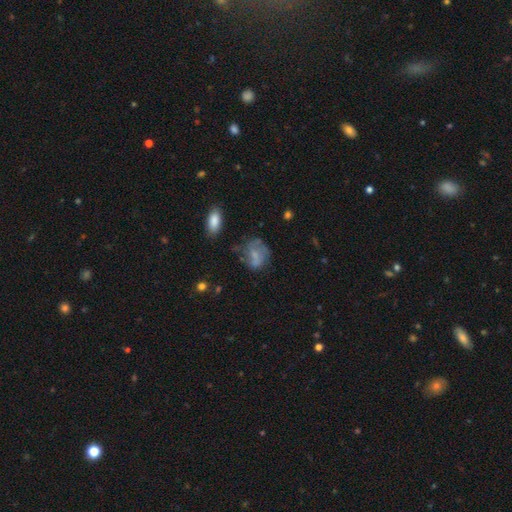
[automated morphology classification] A smooth galaxy with no disk features (52%) that is in between round and cigar-shaped (51%).

Vote fractions:
- Smooth or featured? smooth: 52% / featured or disk: 38% / star or artifact: 11%
- How rounded? in between: 51% / round: 47% / cigar-shaped: 2%
- Merging? none: 48% / minor disturbance: 26% / major disturbance: 20% / merger: 6%